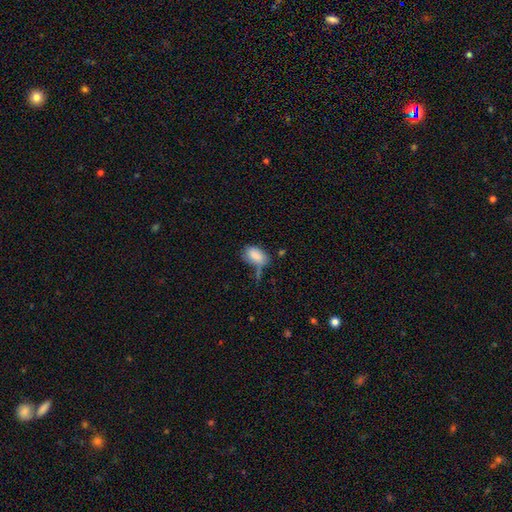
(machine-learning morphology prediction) This is clearly a smooth galaxy (82%). How rounded: clearly in between (89%). Merging: marginally none (40%).